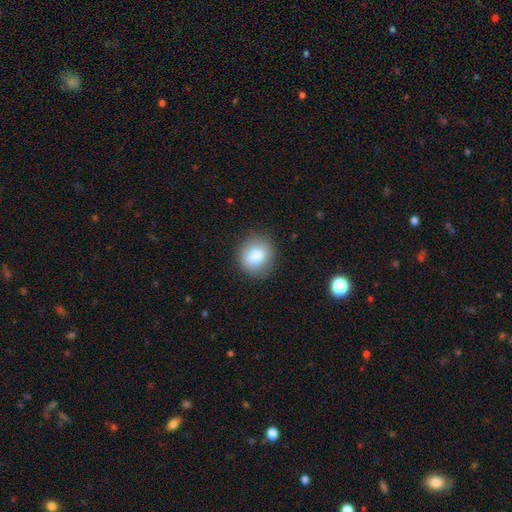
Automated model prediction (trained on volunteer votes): The model was most divided on "how rounded": round: 82%, in between: 17%, cigar-shaped: 1%. More confident: merging — none (87%); smooth or featured — smooth (82%).